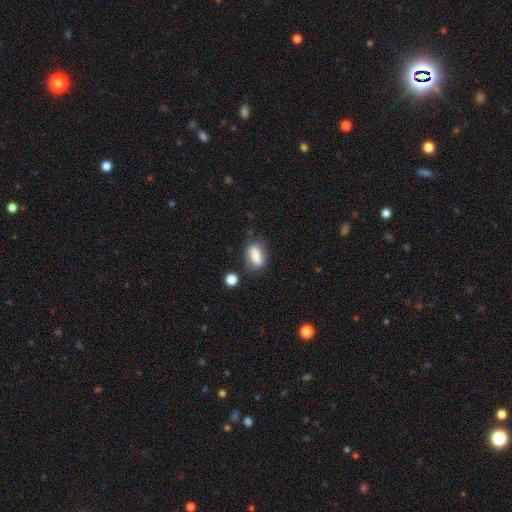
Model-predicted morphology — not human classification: This appears to be a smooth galaxy with no disk features (74%) that is in between round and cigar-shaped (79%). Merging: none (59%).